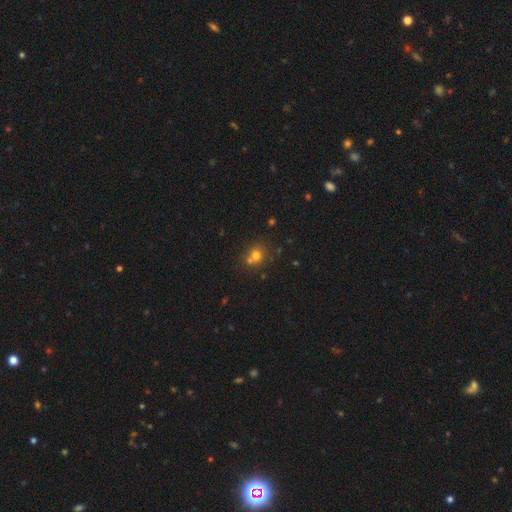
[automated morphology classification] Smooth or featured: smooth — 71% (star or artifact — 18%)
How rounded: round — 83% (in between — 16%)
Merging: none — 59% (merger — 29%)